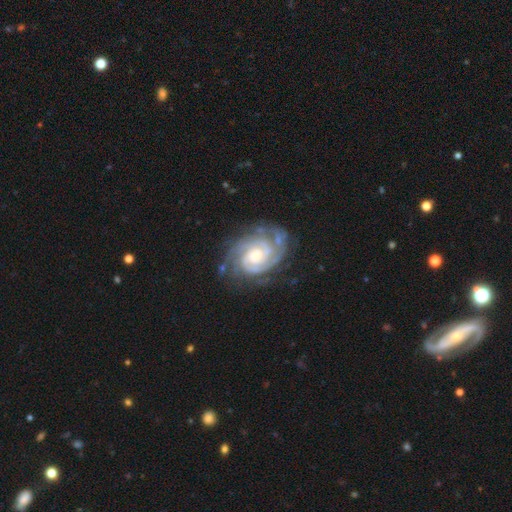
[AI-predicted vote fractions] This is clearly a featured or disk galaxy (92%). It is clearly not viewed edge-on (98%). Bar: likely no (63%). Spiral arm pattern: clearly yes (98%). Spiral arm count: marginally 2 (40%). Spiral winding: likely tight (77%). Central bulge: possibly moderate (51%). Merging: likely none (73%).